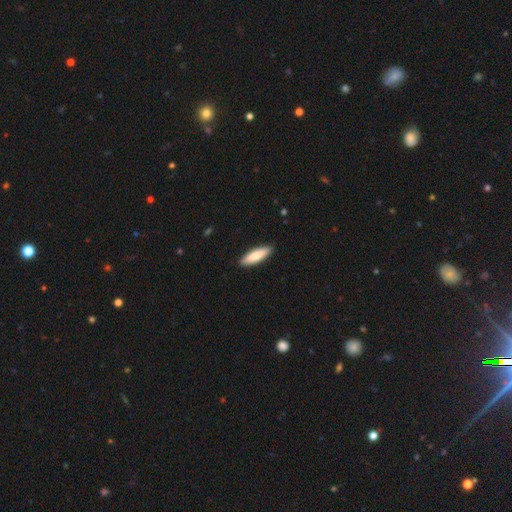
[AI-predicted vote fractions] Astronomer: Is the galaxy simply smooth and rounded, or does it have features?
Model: smooth — 81%.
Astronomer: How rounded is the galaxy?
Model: cigar-shaped — 54% (runner-up: in between, 44%).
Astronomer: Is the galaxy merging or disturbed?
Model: none — 90%.